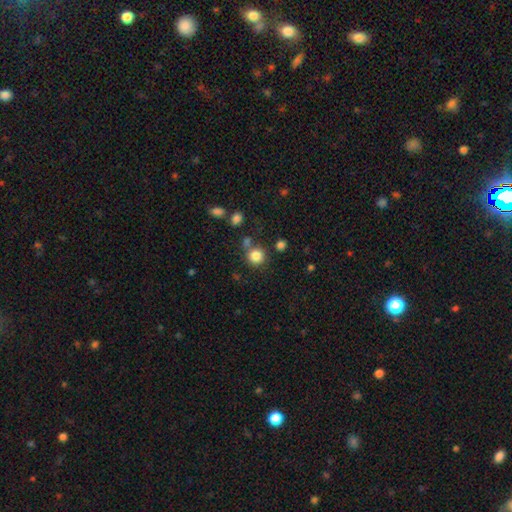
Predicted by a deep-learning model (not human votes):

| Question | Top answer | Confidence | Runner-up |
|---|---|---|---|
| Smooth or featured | smooth | 84% | star or artifact (11%) |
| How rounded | round | 91% | in between (8%) |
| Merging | none | 72% | merger (13%) |